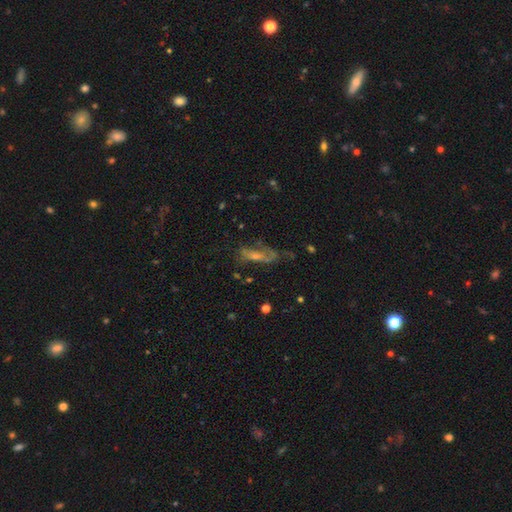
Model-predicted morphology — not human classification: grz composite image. It shows a featured or disk galaxy (56%). Merging: none (50%).